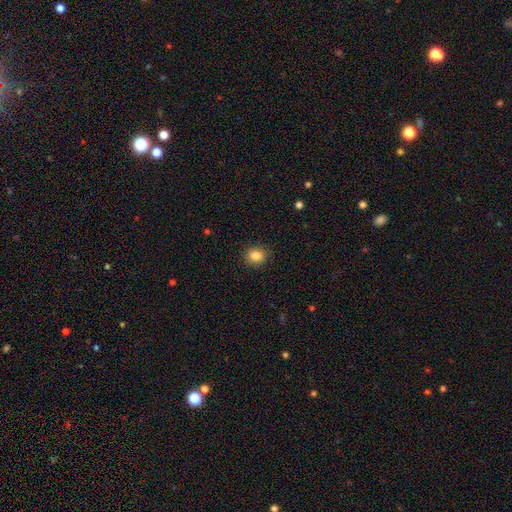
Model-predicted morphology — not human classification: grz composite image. It shows a smooth galaxy with no disk features (85%) that is round (62%). Merging: none (89%).